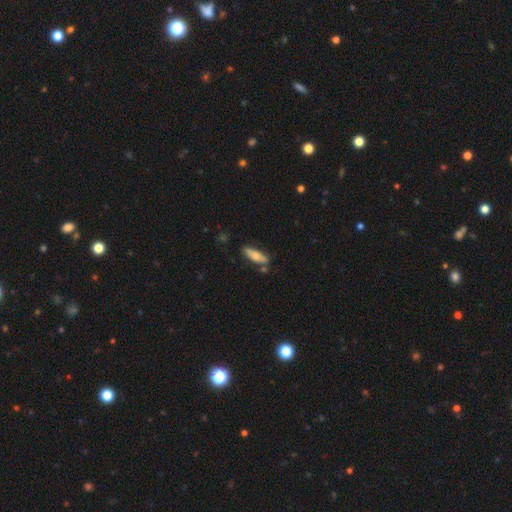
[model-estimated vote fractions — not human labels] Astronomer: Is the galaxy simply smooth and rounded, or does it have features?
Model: smooth — 60%.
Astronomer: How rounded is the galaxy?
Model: cigar-shaped — 57% (runner-up: in between, 41%).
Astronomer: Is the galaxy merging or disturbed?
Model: none — 73%.